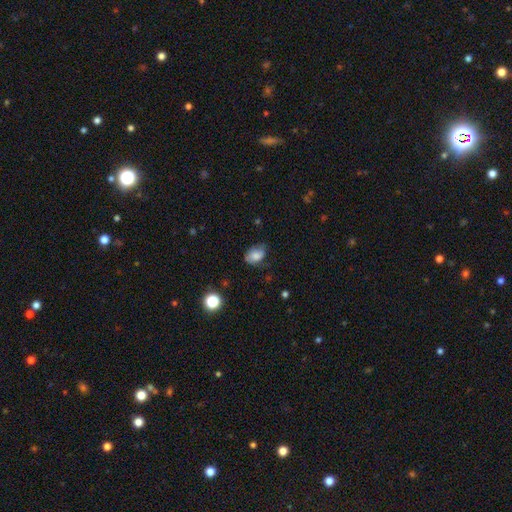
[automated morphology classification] Smooth or featured: smooth — 75% (featured or disk — 15%)
How rounded: in between — 77% (round — 21%)
Merging: none — 53% (minor disturbance — 35%)